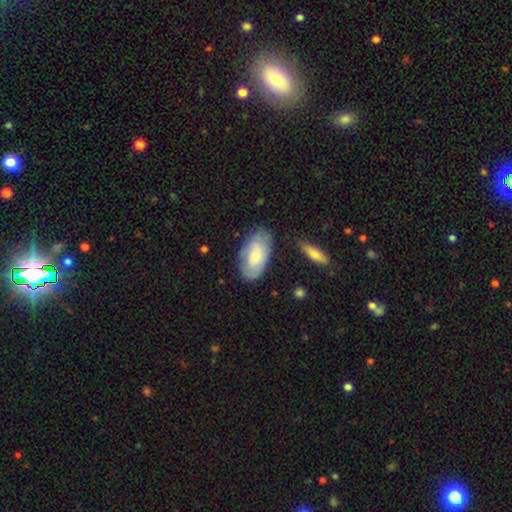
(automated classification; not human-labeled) A smooth galaxy with no disk features (58%) that is in between round and cigar-shaped (94%). Merging: none (71%).